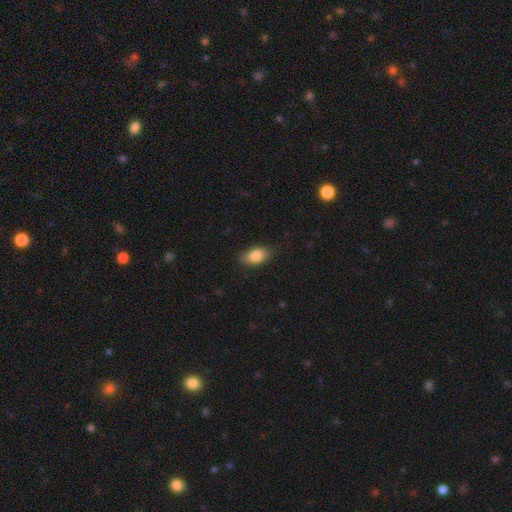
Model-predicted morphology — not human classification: The model was most divided on "merging": none: 78%, minor disturbance: 17%, major disturbance: 3%, merger: 1%. More confident: how rounded — in between (87%); smooth or featured — smooth (84%).